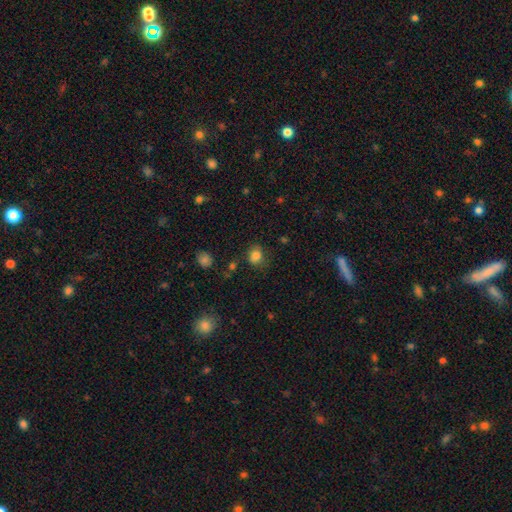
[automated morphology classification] type=smooth (82%); roundness=round (64%); merging=none (70%).